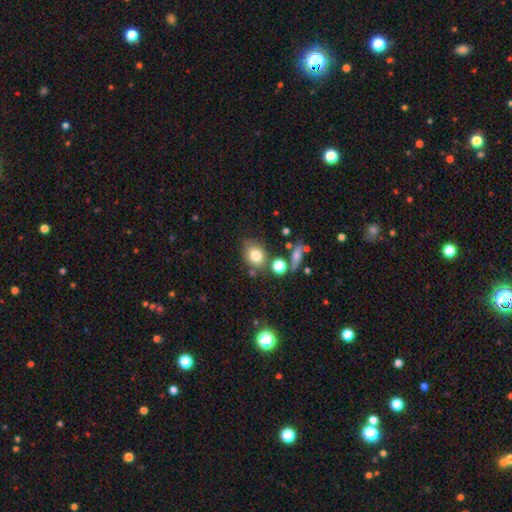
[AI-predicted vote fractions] The model was most divided on "how rounded": in between: 53%, round: 46%, cigar-shaped: 2%. More confident: smooth or featured — smooth (78%); merging — none (68%).